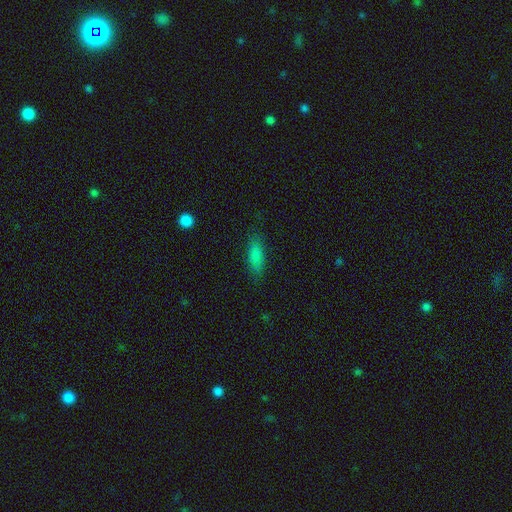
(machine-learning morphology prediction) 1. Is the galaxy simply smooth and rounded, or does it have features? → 85% smooth, 8% star or artifact, 7% featured or disk.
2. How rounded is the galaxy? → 63% in between, 35% cigar-shaped, 2% round.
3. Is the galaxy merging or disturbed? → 83% none, 13% minor disturbance, 3% major disturbance, 1% merger.